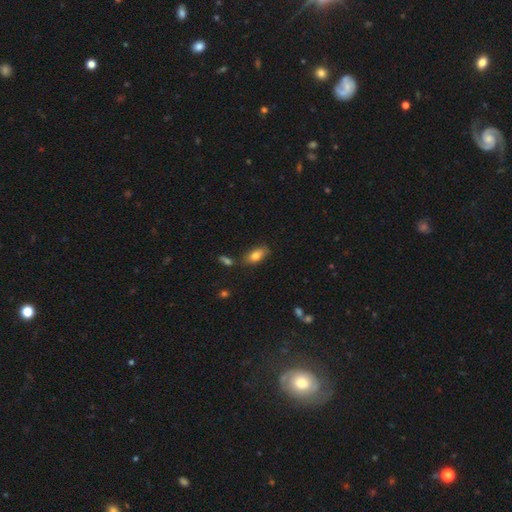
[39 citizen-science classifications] A smooth galaxy with no disk features (77%) that is in between round and cigar-shaped (87%).

Vote fractions:
- Smooth or featured? smooth: 77% / featured or disk: 13% / star or artifact: 10%
- How rounded? in between: 87% / cigar-shaped: 10% / round: 3%
- Merging? none: 66% / minor disturbance: 20% / merger: 11% / major disturbance: 3%